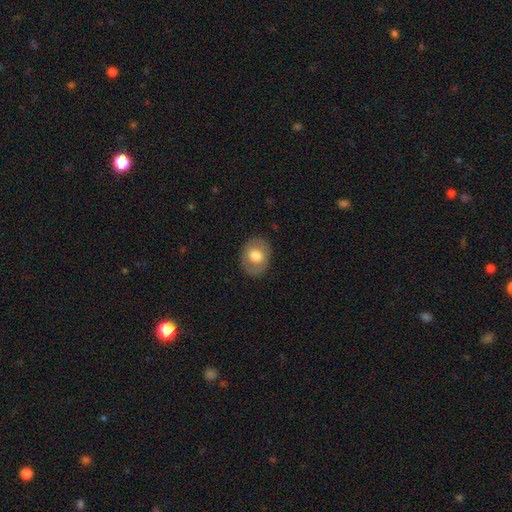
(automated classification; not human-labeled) A smooth galaxy with no disk features (68%) that is in between round and cigar-shaped (53%).

Vote fractions:
- Smooth or featured? smooth: 68% / featured or disk: 25% / star or artifact: 7%
- How rounded? in between: 53% / round: 46% / cigar-shaped: 1%
- Merging? none: 86% / minor disturbance: 10% / major disturbance: 3% / merger: 1%